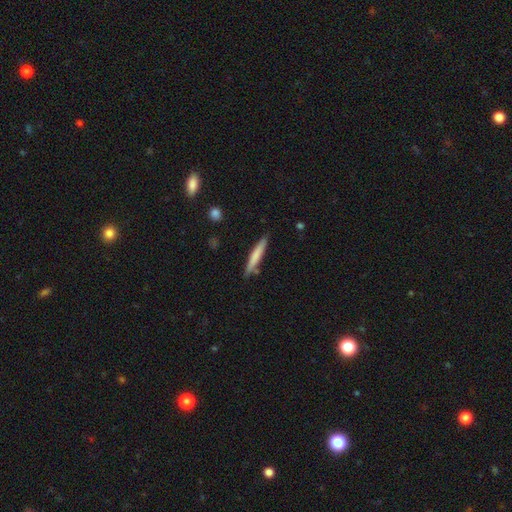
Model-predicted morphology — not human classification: smooth 70%, featured or disk 25%, star or artifact 5%. Down the decision tree: how rounded — cigar-shaped (94%); merging — none (83%).